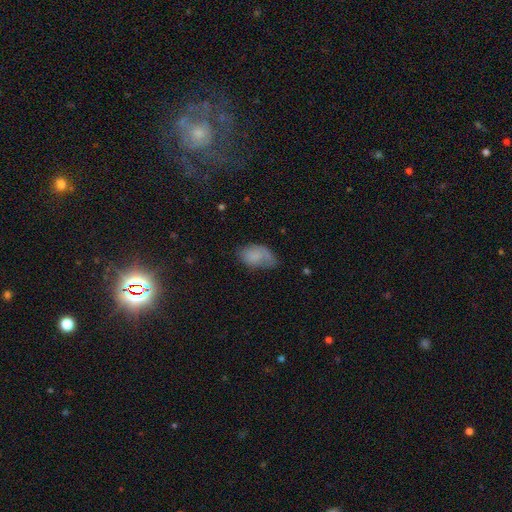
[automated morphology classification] type=smooth (73%); roundness=in between (91%); merging=none (45%).